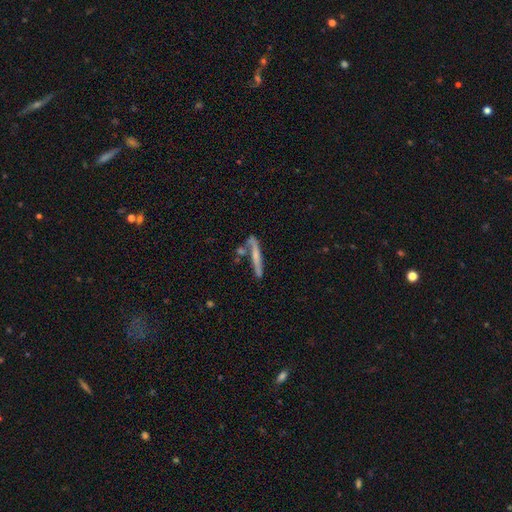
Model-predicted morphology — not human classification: This appears to be a featured or disk galaxy (48%). Merging: none (62%).